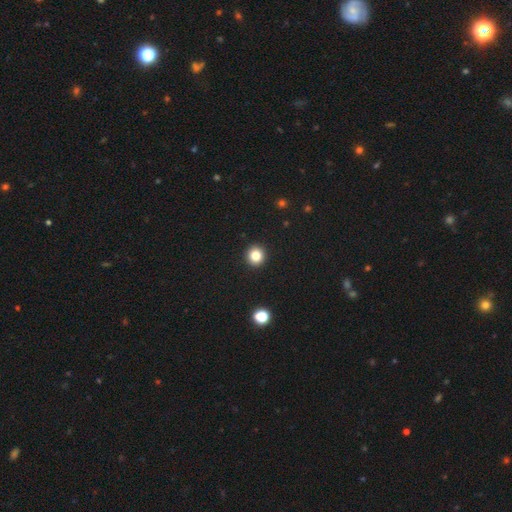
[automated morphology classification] The model was most divided on "smooth or featured": smooth: 82%, star or artifact: 12%, featured or disk: 6%. More confident: merging — none (93%); how rounded — round (91%).